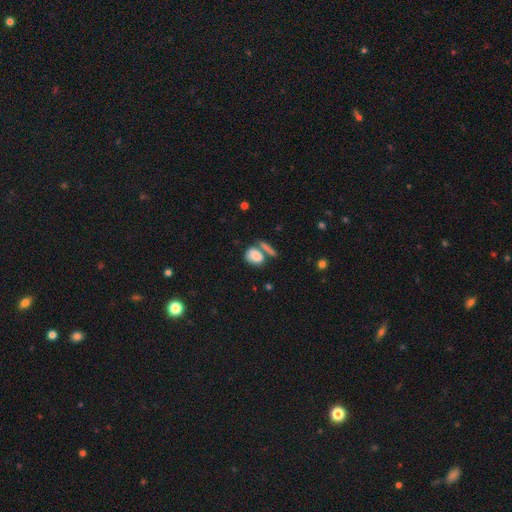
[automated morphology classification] The model was most divided on "merging": none: 51%, merger: 29%, minor disturbance: 13%, major disturbance: 6%. More confident: smooth or featured — smooth (81%); how rounded — in between (62%).